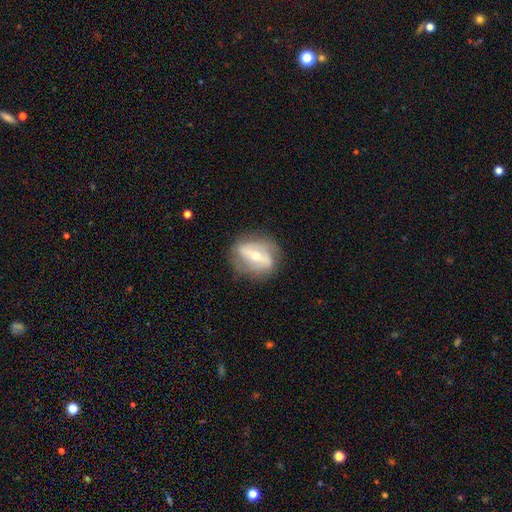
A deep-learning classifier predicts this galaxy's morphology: Smooth or featured: featured or disk — 69% (smooth — 24%)
Edge-on disk: no — 88% (yes — 12%)
Bar: strong — 56% (weak — 27%)
Spiral arms: yes — 65% (no — 35%)
Bulge size: moderate — 53% (small — 43%)
Merging: none — 73% (minor disturbance — 18%)